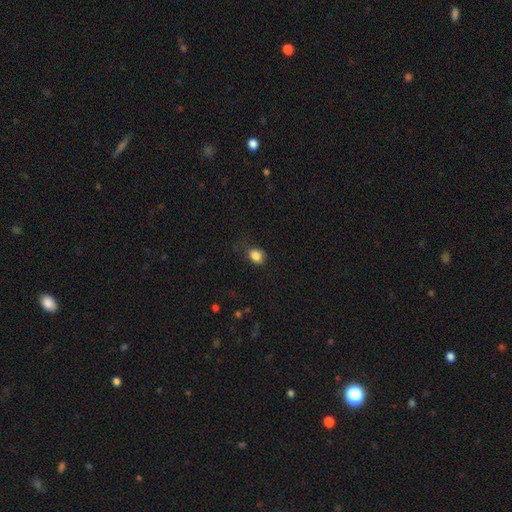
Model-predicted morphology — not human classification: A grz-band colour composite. It shows a smooth galaxy with no disk features (85%) that is round (50%). Merging: none (65%).